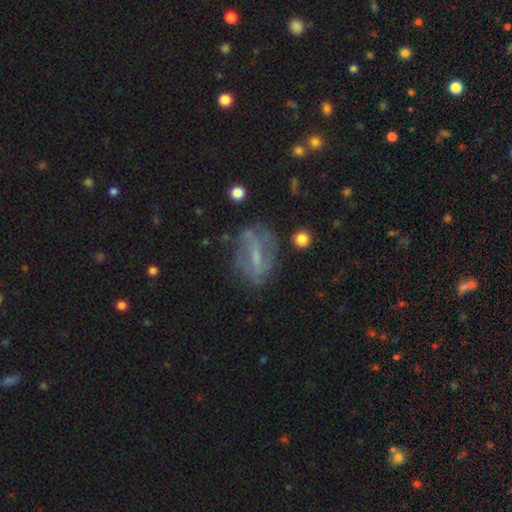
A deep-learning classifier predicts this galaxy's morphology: Smooth or featured? Predicted: featured or disk (p=0.60). Edge-on disk? Predicted: no (p=0.88). Bar? Predicted: weak (p=0.40). Spiral arms? Predicted: yes (p=0.58). Bulge size? Predicted: small (p=0.53). Merging? Predicted: none (p=0.63).